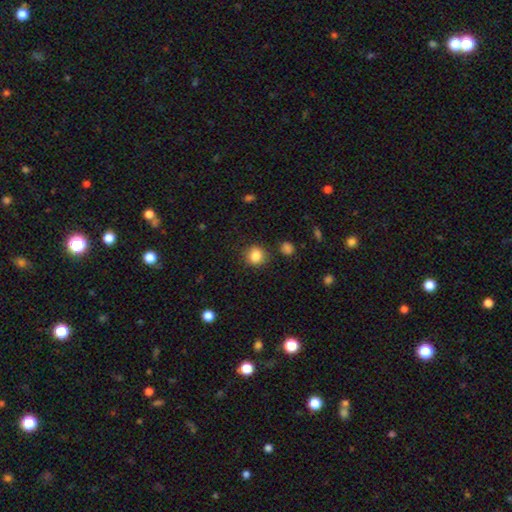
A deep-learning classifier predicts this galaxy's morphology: Smooth or featured? Predicted: smooth (p=0.85). How rounded? Predicted: round (p=0.75). Merging? Predicted: none (p=0.81).